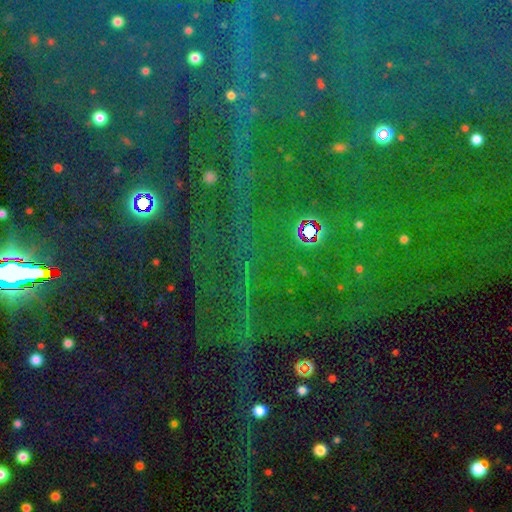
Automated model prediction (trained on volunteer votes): The model was most divided on "smooth or featured": star or artifact: 87%, smooth: 7%, featured or disk: 7%.